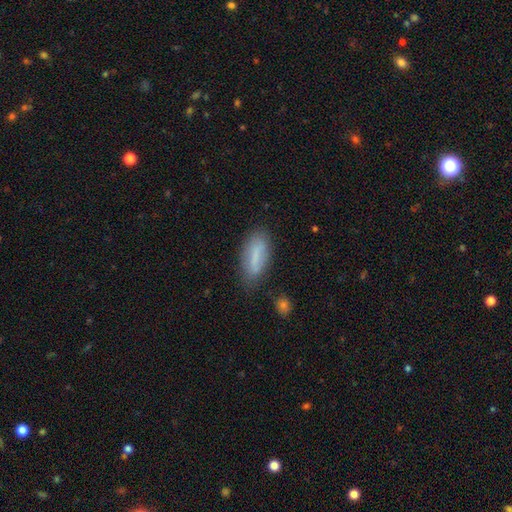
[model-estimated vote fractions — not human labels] Morphology: type=smooth (72%); roundness=in between (64%); merging=none (71%).